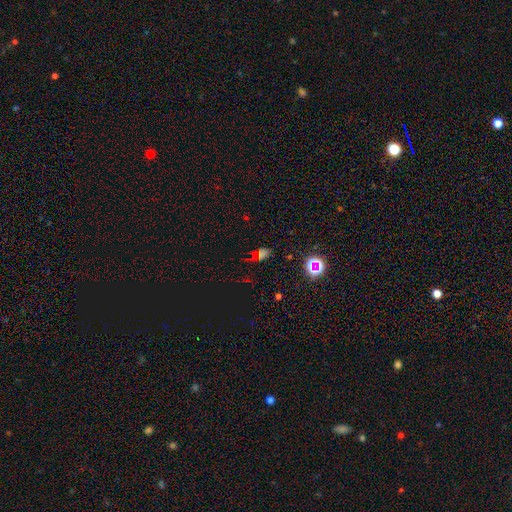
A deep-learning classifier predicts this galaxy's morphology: Smooth or featured? star or artifact (57%)